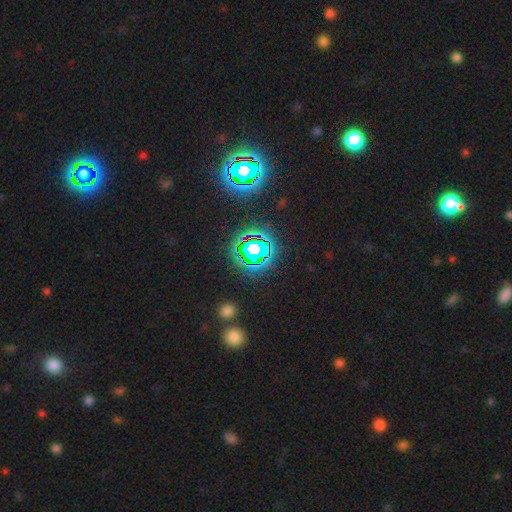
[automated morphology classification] Smooth or featured? Predicted: star or artifact (p=0.79).